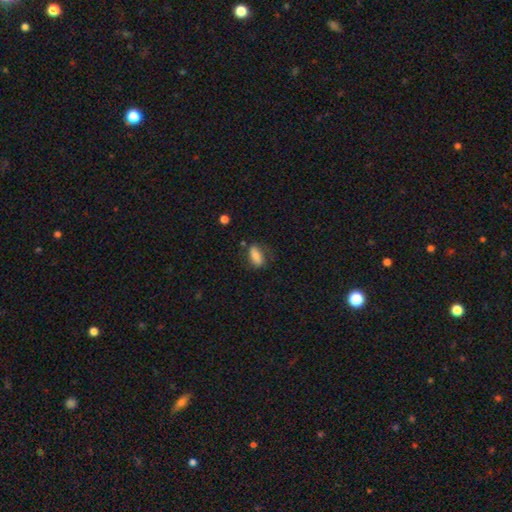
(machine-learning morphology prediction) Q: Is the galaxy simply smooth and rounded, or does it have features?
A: smooth — 79%.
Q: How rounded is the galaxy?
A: in between — 81%.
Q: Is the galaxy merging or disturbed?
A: none — 63%.